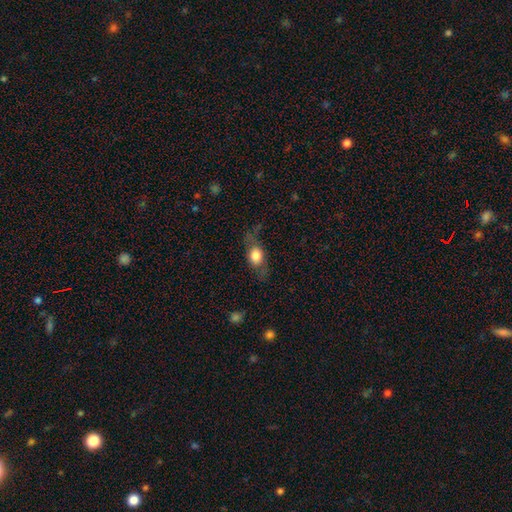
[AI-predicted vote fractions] This is likely a smooth galaxy (62%). How rounded: likely in between (64%). Merging: likely none (63%).